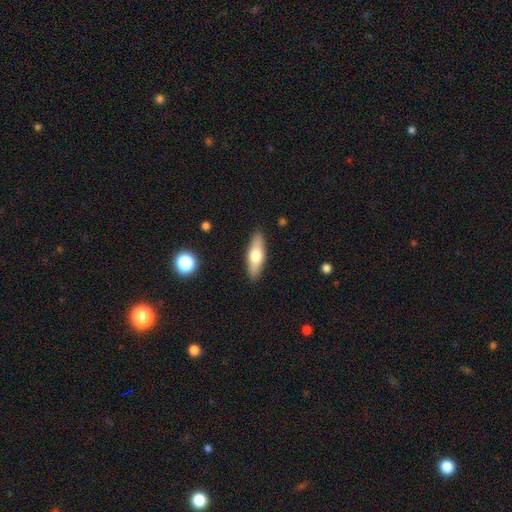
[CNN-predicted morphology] Overall: smooth (63%; featured or disk 31%). How rounded: in between (57%; cigar-shaped 40%). Merging: none (89%).